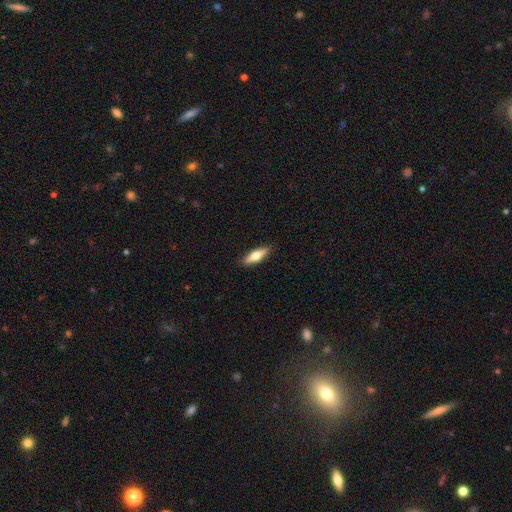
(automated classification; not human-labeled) smooth-or-featured: smooth: 52% | featured or disk: 42% | star or artifact: 6%
  how-rounded: cigar-shaped: 58% | in between: 40% | round: 2%
  merging: none: 89% | minor disturbance: 8% | major disturbance: 2% | merger: 1%